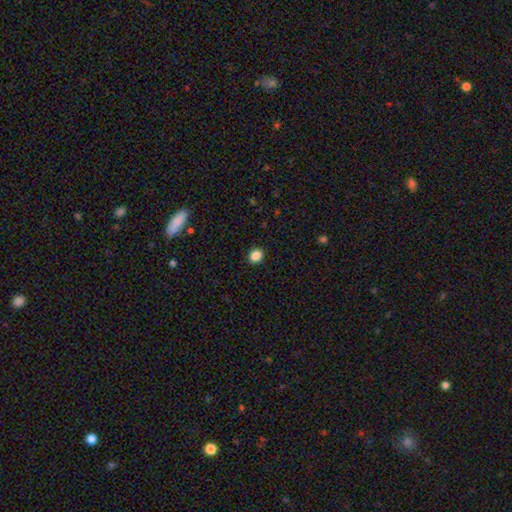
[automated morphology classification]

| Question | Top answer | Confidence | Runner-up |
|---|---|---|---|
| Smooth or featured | smooth | 86% | star or artifact (11%) |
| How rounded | round | 64% | in between (35%) |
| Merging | none | 91% | minor disturbance (6%) |